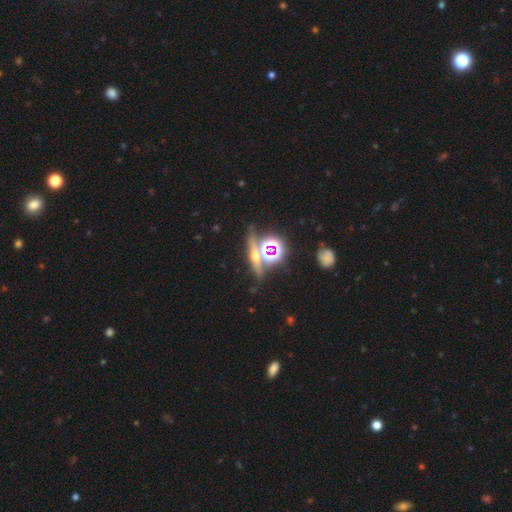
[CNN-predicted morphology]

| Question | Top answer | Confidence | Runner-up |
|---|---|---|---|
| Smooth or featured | star or artifact | 38% | featured or disk (34%) |